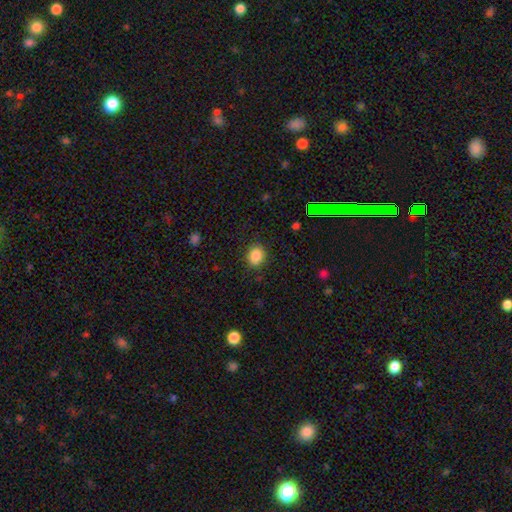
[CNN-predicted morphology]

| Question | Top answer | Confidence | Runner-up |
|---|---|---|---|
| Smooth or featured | smooth | 86% | star or artifact (10%) |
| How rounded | round | 53% | in between (46%) |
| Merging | none | 87% | minor disturbance (9%) |